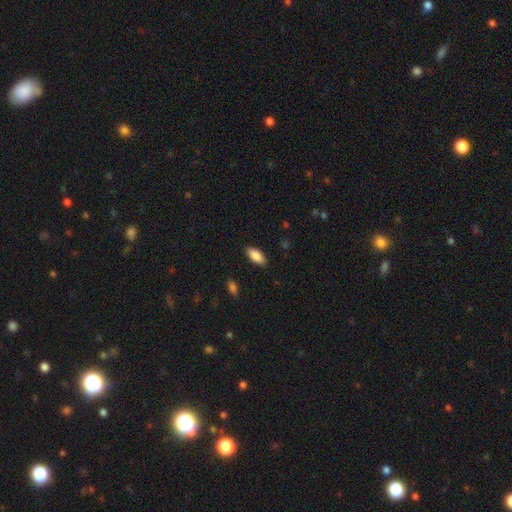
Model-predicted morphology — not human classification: Smooth or featured?
  - smooth: 86% *
  - featured or disk: 8%
  - star or artifact: 6%
How rounded?
  - in between: 84% *
  - cigar-shaped: 14%
  - round: 2%
Merging?
  - none: 88% *
  - minor disturbance: 9%
  - major disturbance: 2%
  - merger: 1%